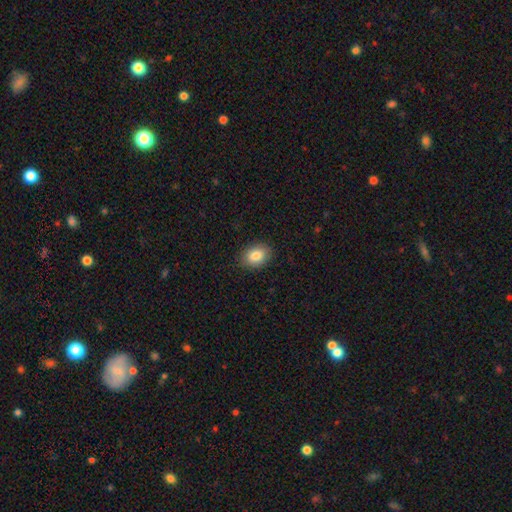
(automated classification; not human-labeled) Smooth or featured? Predicted: smooth (p=0.84). How rounded? Predicted: in between (p=0.70). Merging? Predicted: none (p=0.87).